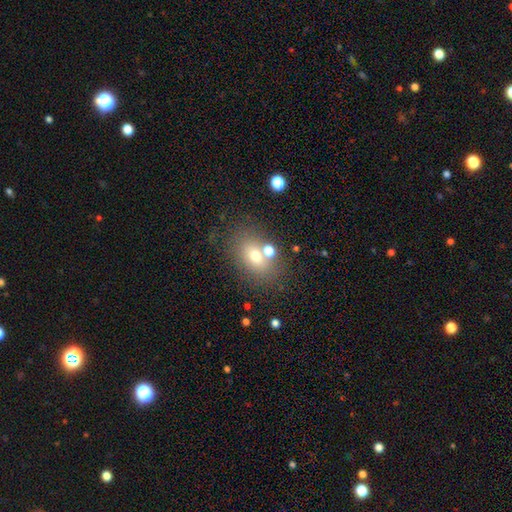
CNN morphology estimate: type=smooth (68%); roundness=in between (66%); merging=none (65%).